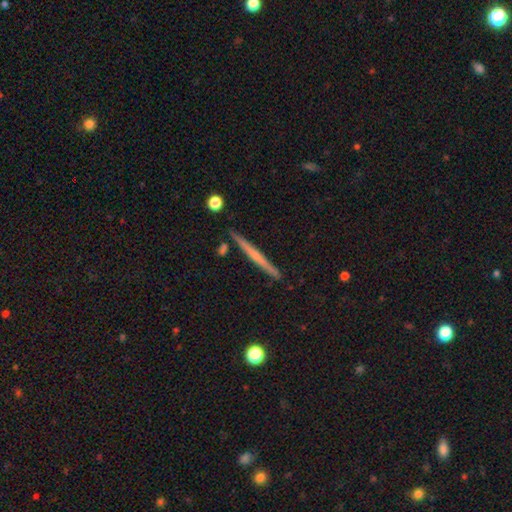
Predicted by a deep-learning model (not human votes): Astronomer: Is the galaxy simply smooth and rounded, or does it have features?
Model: featured or disk — 56% (runner-up: smooth, 38%).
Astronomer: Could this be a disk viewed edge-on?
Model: yes — 98%.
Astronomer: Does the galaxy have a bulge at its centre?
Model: none — 62%.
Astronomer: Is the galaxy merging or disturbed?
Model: none — 90%.